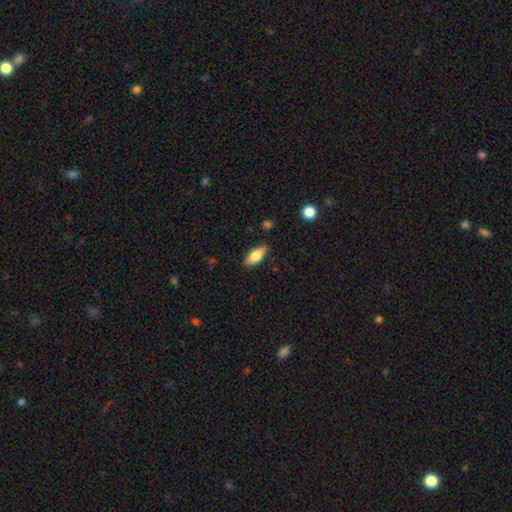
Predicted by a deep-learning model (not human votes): Smooth or featured? smooth (71%)
How rounded? in between (79%)
Merging? none (86%)